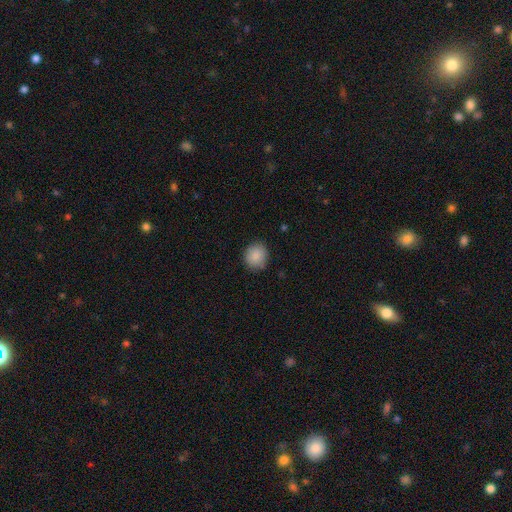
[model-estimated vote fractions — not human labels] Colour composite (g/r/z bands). It shows a smooth galaxy with no disk features (88%) that is round (81%). Merging: none (83%).